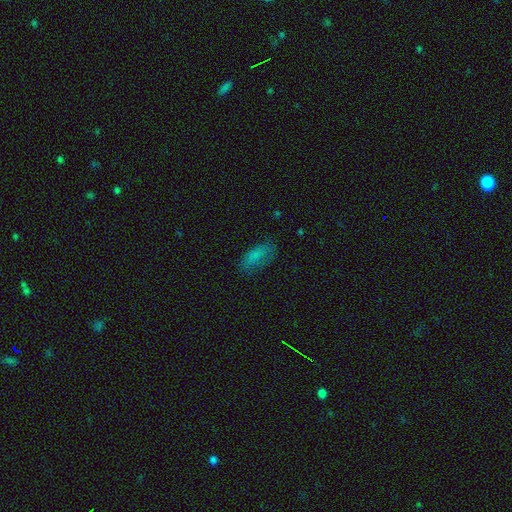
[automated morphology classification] Smooth or featured: smooth — 77% (featured or disk — 12%)
How rounded: in between — 80% (cigar-shaped — 18%)
Merging: none — 73% (minor disturbance — 19%)